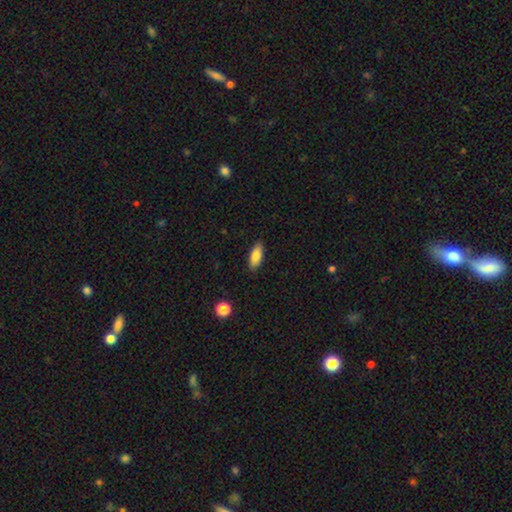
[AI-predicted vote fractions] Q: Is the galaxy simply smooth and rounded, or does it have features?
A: smooth — 83%.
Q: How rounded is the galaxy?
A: in between — 76%.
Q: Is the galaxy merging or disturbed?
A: none — 87%.